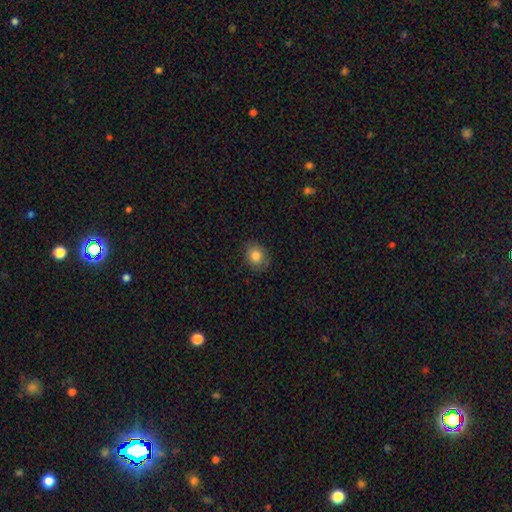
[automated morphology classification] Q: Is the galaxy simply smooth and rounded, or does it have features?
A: smooth — 83%.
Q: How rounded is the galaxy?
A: round — 66%.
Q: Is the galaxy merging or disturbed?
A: none — 83%.